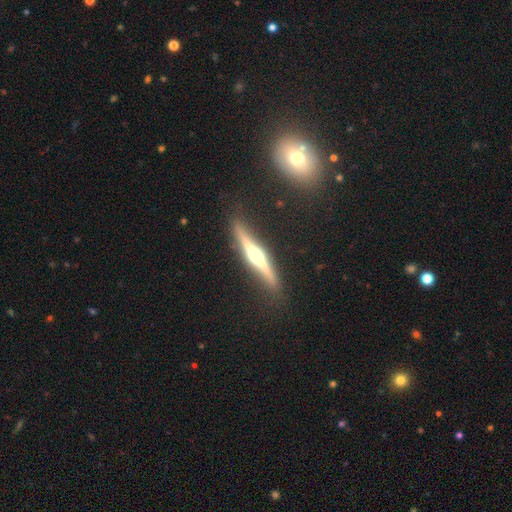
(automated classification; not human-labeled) Smooth or featured: featured or disk — 78% (smooth — 16%)
Edge-on disk: yes — 97% (no — 3%)
Edge-on bulge: rounded — 90% (boxy — 6%)
Merging: none — 86% (minor disturbance — 10%)